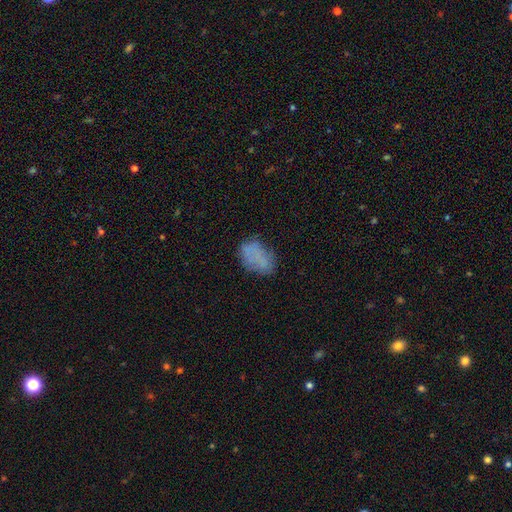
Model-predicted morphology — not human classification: A smooth galaxy with no disk features (67%) that is in between round and cigar-shaped (88%).

Vote fractions:
- Smooth or featured? smooth: 67% / featured or disk: 21% / star or artifact: 12%
- How rounded? in between: 88% / round: 10% / cigar-shaped: 2%
- Merging? none: 62% / minor disturbance: 23% / major disturbance: 12% / merger: 3%